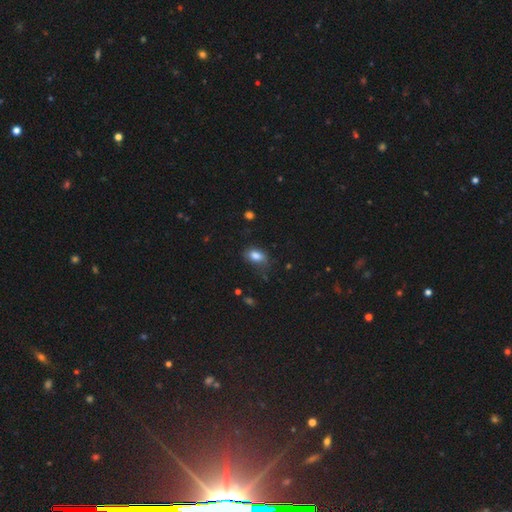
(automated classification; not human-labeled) The model was most divided on "merging": none: 58%, minor disturbance: 29%, major disturbance: 11%, merger: 2%. More confident: how rounded — in between (86%); smooth or featured — smooth (82%).